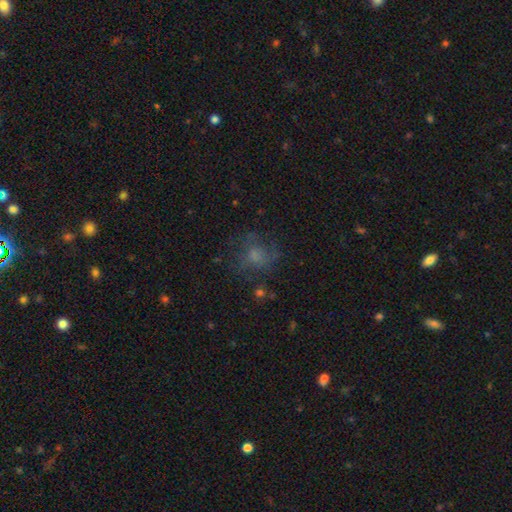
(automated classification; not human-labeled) A smooth galaxy with no disk features (52%) that is round (72%). Merging: none (58%).